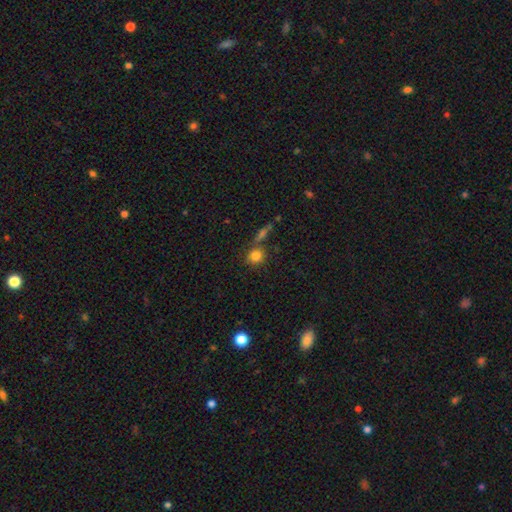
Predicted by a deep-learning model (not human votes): Smooth or featured? smooth (81%)
How rounded? round (85%)
Merging? none (69%)